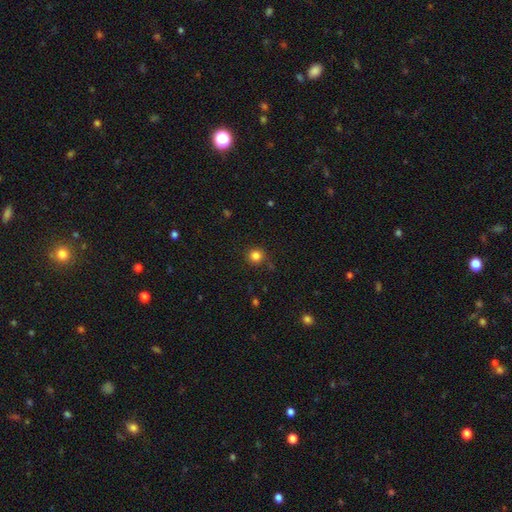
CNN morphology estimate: The model was most divided on "smooth or featured": smooth: 82%, star or artifact: 13%, featured or disk: 4%. More confident: how rounded — round (94%); merging — none (87%).